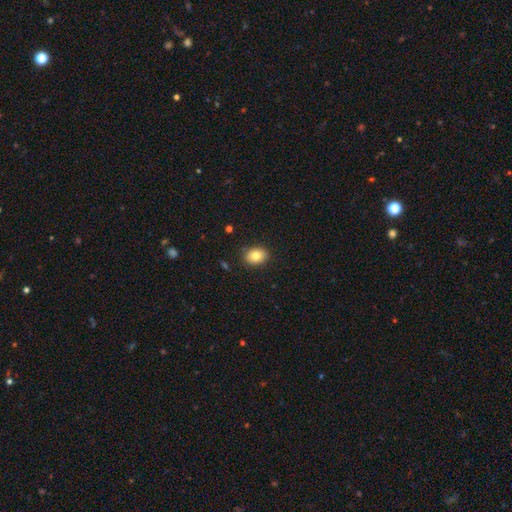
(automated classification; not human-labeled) Q: Smooth or featured?
A: smooth (81%); runner-up: featured or disk (10%)
Q: How rounded?
A: in between (69%); runner-up: round (30%)
Q: Merging?
A: none (88%); runner-up: minor disturbance (9%)